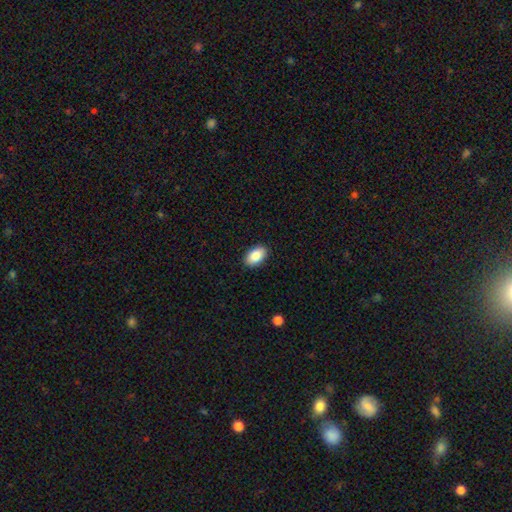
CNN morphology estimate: The model was most divided on "smooth or featured": smooth: 87%, star or artifact: 7%, featured or disk: 6%. More confident: how rounded — in between (92%); merging — none (90%).